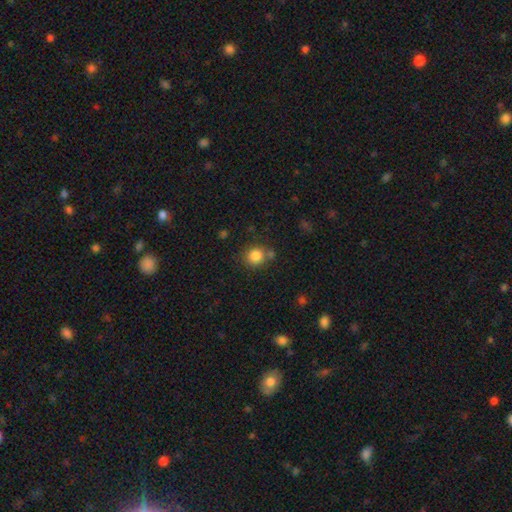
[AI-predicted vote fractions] Morphology: type=smooth (84%); roundness=round (85%); merging=none (72%).